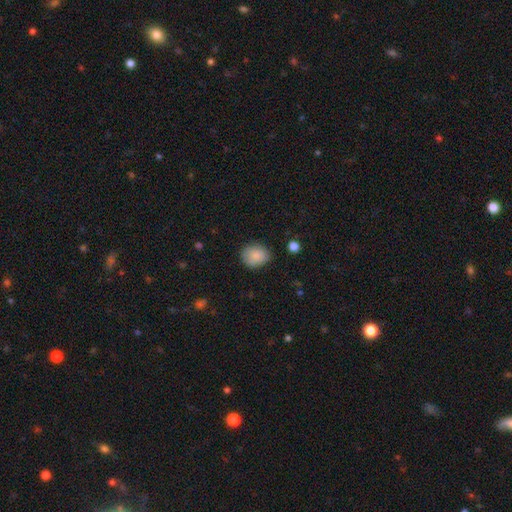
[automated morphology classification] Smooth or featured?
  - smooth: 86% *
  - star or artifact: 8%
  - featured or disk: 6%
How rounded?
  - round: 58% *
  - in between: 41%
  - cigar-shaped: 1%
Merging?
  - none: 79% *
  - minor disturbance: 16%
  - major disturbance: 4%
  - merger: 2%